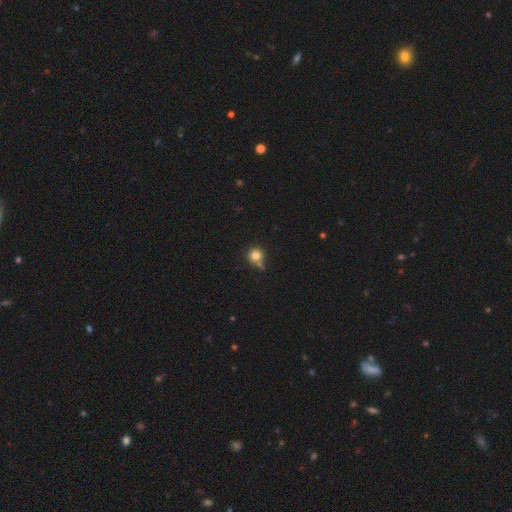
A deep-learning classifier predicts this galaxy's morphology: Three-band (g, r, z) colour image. It shows a smooth galaxy with no disk features (80%) that is round (91%). Merging: none (60%).